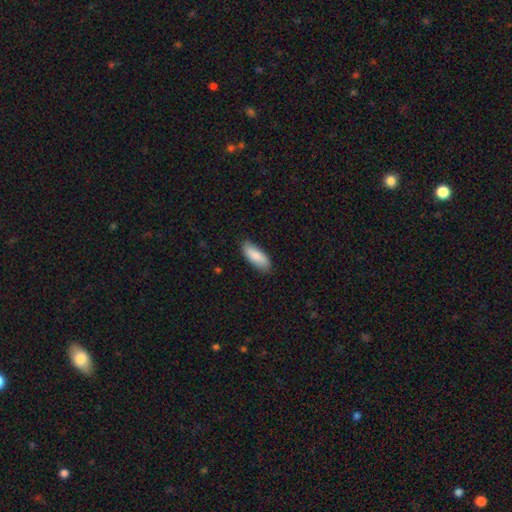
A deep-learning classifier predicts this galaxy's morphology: smooth-or-featured: smooth: 83% | featured or disk: 11% | star or artifact: 5%
  how-rounded: in between: 73% | cigar-shaped: 25% | round: 2%
  merging: none: 83% | minor disturbance: 14% | major disturbance: 2% | merger: 1%